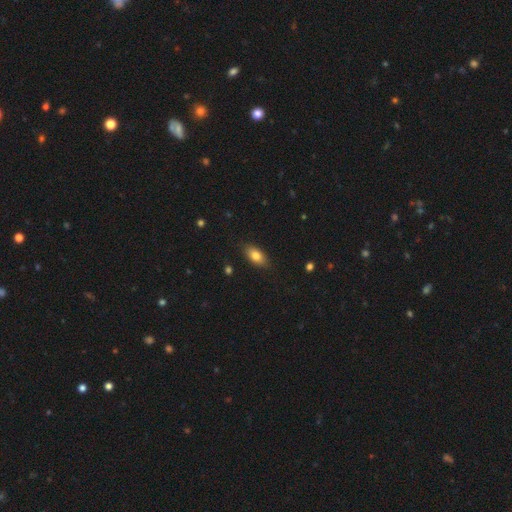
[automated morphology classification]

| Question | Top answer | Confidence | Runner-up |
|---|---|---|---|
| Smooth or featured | smooth | 80% | featured or disk (12%) |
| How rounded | in between | 89% | cigar-shaped (6%) |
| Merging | none | 84% | minor disturbance (12%) |